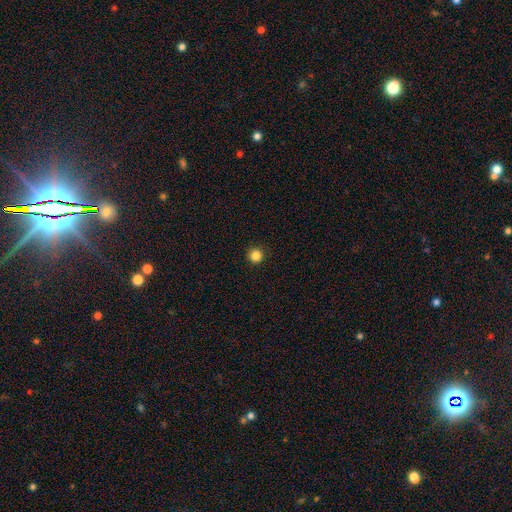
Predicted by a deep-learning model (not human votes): Smooth or featured? smooth (85%)
How rounded? round (97%)
Merging? none (93%)